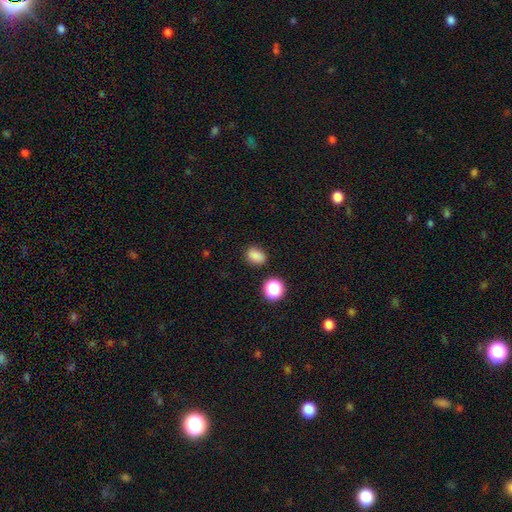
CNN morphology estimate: smooth_or_featured: smooth (p=0.82) [alt: star or artifact p=0.13]
how_rounded: in between (p=0.67) [alt: round p=0.32]
merging: none (p=0.81) [alt: minor disturbance p=0.12]